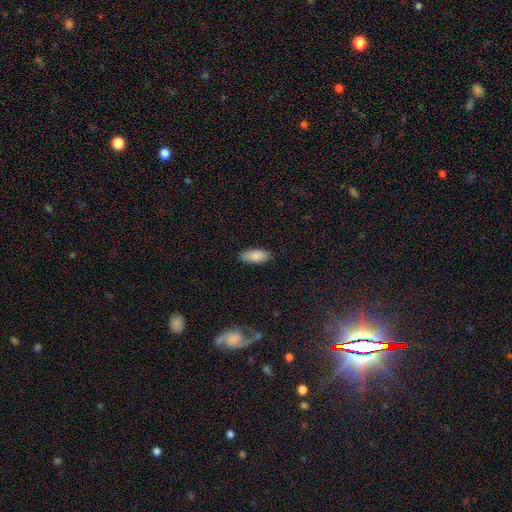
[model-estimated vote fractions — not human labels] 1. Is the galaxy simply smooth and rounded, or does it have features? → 88% smooth, 6% star or artifact, 5% featured or disk.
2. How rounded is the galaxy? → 89% in between, 10% cigar-shaped, 2% round.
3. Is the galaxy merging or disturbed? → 87% none, 10% minor disturbance, 2% major disturbance, 1% merger.